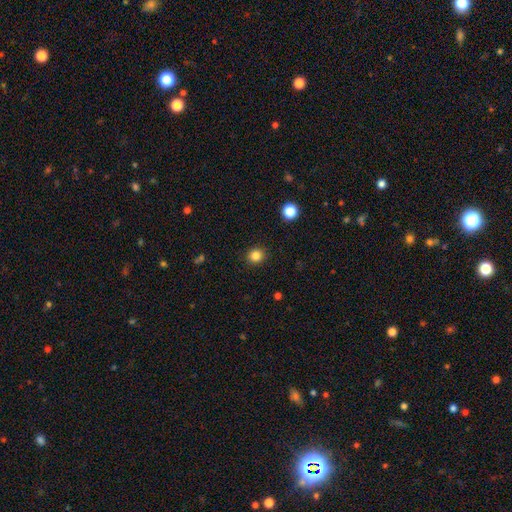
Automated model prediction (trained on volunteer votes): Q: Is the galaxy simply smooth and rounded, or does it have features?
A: smooth — 83%.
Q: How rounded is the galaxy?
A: round — 87%.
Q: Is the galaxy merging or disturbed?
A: none — 91%.